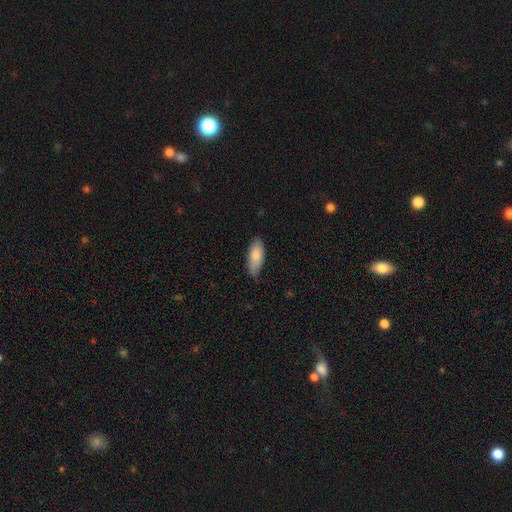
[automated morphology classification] smooth 83%, featured or disk 11%, star or artifact 6%. Down the decision tree: how rounded — in between (81%); merging — none (72%).